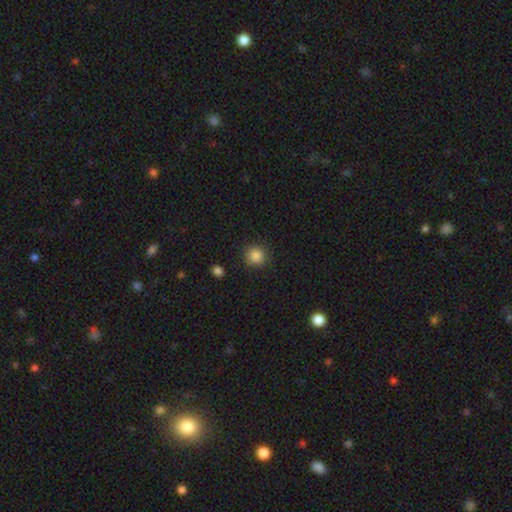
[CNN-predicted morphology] smooth_or_featured: smooth (p=0.85) [alt: star or artifact p=0.11]
how_rounded: round (p=0.92) [alt: in between p=0.07]
merging: none (p=0.88) [alt: minor disturbance p=0.08]